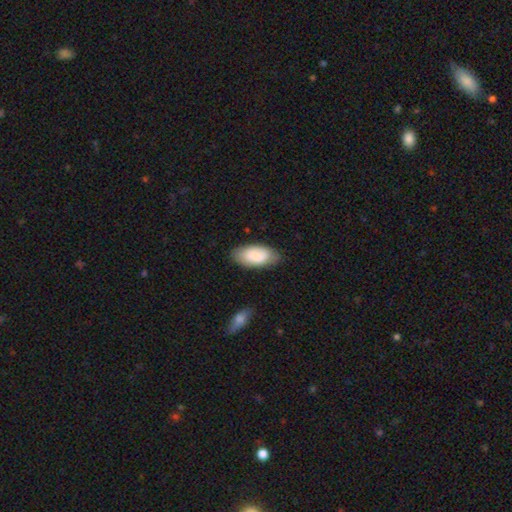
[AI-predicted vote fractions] smooth_or_featured: smooth (p=0.84) [alt: featured or disk p=0.10]
how_rounded: in between (p=0.93) [alt: cigar-shaped p=0.04]
merging: none (p=0.76) [alt: minor disturbance p=0.18]